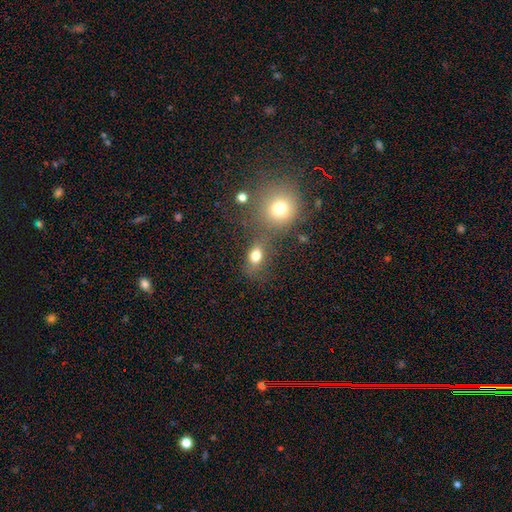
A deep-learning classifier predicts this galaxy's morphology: Q: Smooth or featured?
A: smooth (76%); runner-up: star or artifact (14%)
Q: How rounded?
A: in between (61%); runner-up: round (37%)
Q: Merging?
A: none (57%); runner-up: merger (23%)